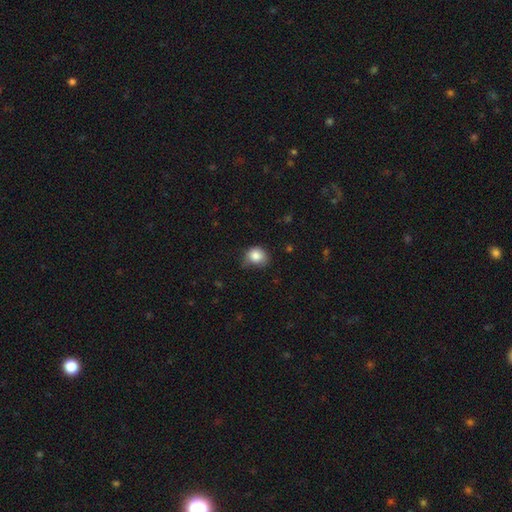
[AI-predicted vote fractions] Morphology: type=smooth (84%); roundness=round (68%); merging=none (52%).